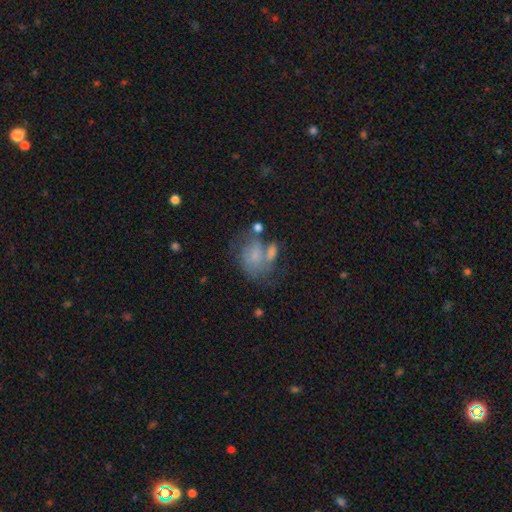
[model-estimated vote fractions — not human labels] This appears to be a smooth galaxy with no disk features (48%). Merging: none (29%).